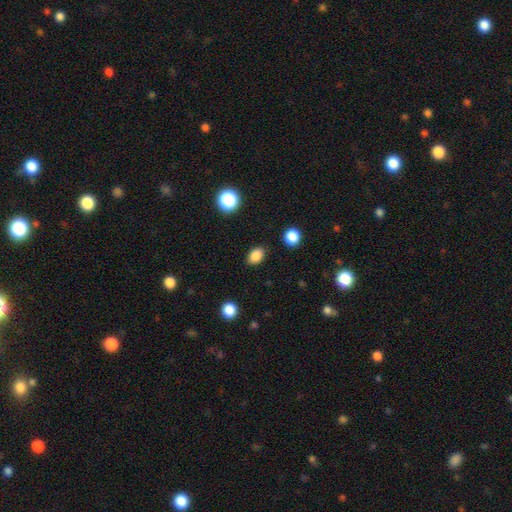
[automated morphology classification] Overall: smooth (86%). How rounded: in between (77%). Merging: none (87%).